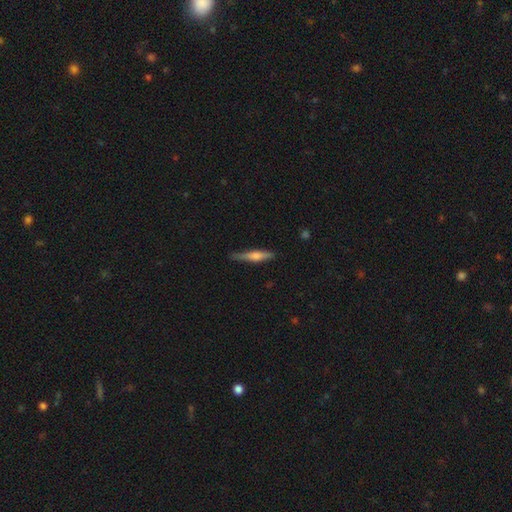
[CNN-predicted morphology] Q: Smooth or featured?
A: featured or disk (48%); runner-up: smooth (46%)
Q: Merging?
A: none (80%); runner-up: minor disturbance (15%)